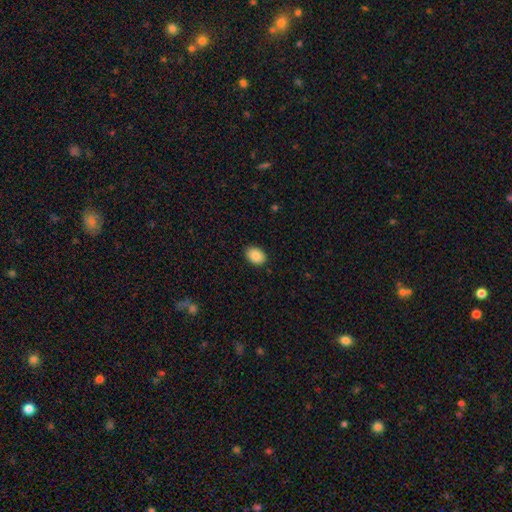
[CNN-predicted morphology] This is clearly a smooth galaxy (89%). How rounded: clearly in between (81%). Merging: clearly none (89%).